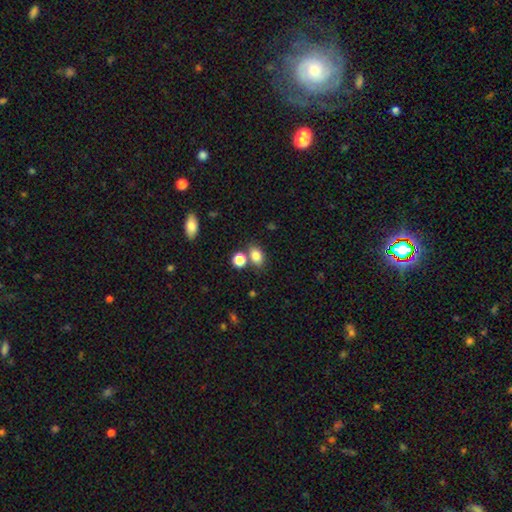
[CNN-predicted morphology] This appears to be a smooth galaxy with no disk features (82%) that is in between round and cigar-shaped (71%). Merging: none (66%).